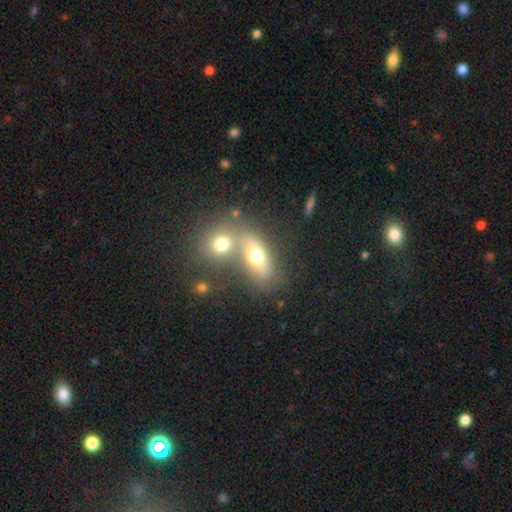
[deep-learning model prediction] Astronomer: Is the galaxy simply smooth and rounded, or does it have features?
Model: smooth — 65%.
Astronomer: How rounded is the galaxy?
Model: in between — 70%.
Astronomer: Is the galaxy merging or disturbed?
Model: merger — 49% (runner-up: none, 37%).